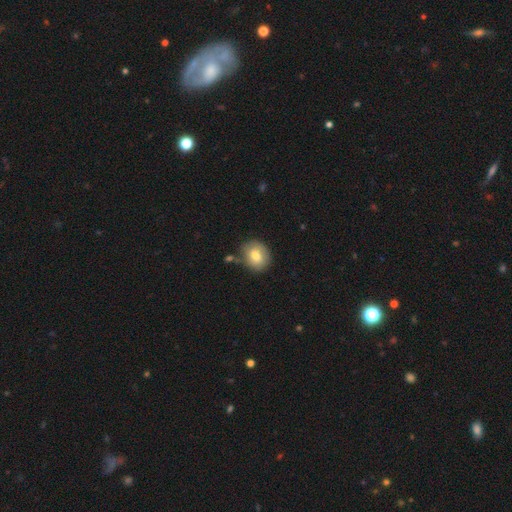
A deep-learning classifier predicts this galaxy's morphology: smooth_or_featured: smooth (p=0.76) [alt: featured or disk p=0.16]
how_rounded: round (p=0.67) [alt: in between p=0.32]
merging: none (p=0.72) [alt: minor disturbance p=0.16]